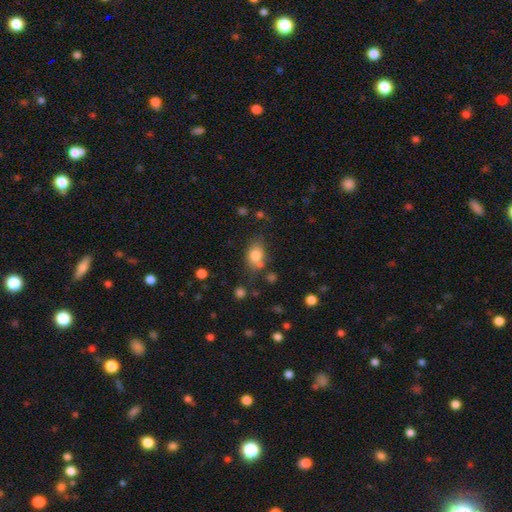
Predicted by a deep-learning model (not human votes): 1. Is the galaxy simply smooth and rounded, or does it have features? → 80% smooth, 10% star or artifact, 10% featured or disk.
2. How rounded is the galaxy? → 69% in between, 30% round, 2% cigar-shaped.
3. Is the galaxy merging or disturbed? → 61% none, 19% minor disturbance, 14% merger, 6% major disturbance.